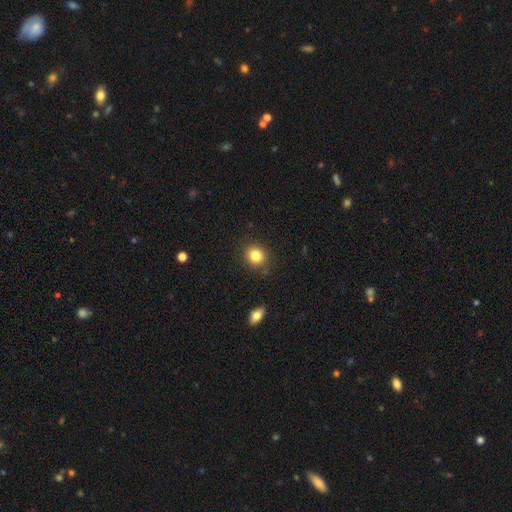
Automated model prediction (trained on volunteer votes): smooth_or_featured: smooth (p=0.82) [alt: star or artifact p=0.11]
how_rounded: round (p=0.77) [alt: in between p=0.23]
merging: none (p=0.86) [alt: minor disturbance p=0.09]